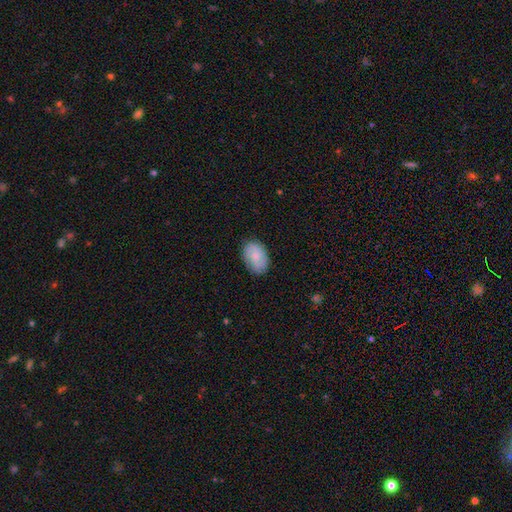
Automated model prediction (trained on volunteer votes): Smooth or featured: smooth — 63% (featured or disk — 30%)
How rounded: in between — 85% (round — 14%)
Merging: none — 80% (minor disturbance — 16%)